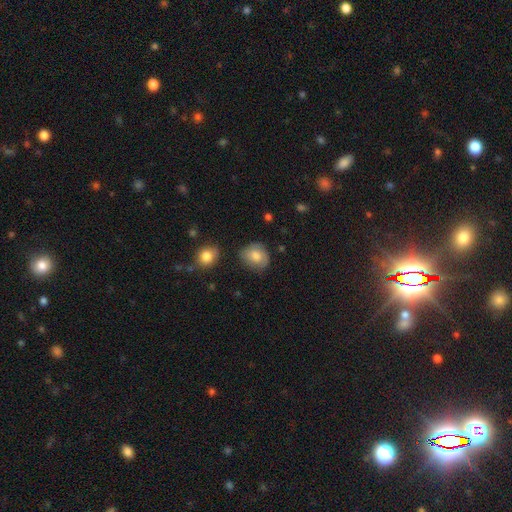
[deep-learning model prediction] Smooth or featured: smooth — 73% (featured or disk — 19%)
How rounded: round — 69% (in between — 30%)
Merging: none — 69% (minor disturbance — 22%)